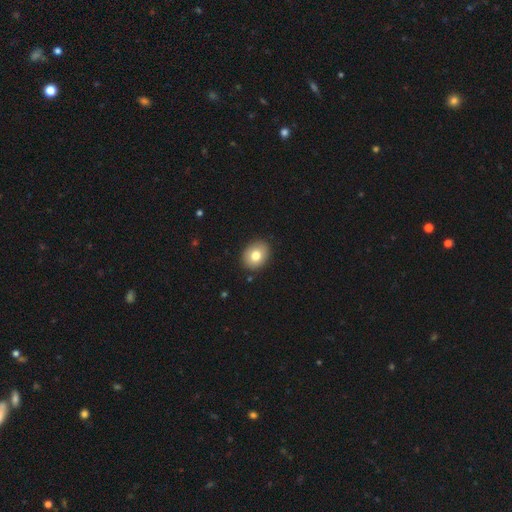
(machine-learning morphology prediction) smooth 78%, featured or disk 13%, star or artifact 9%. Down the decision tree: how rounded — in between (50%); merging — none (89%).